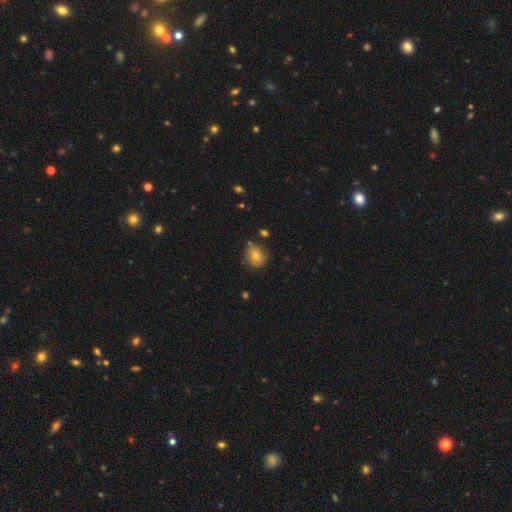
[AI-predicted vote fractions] Smooth or featured? smooth (72%)
How rounded? round (79%)
Merging? none (76%)